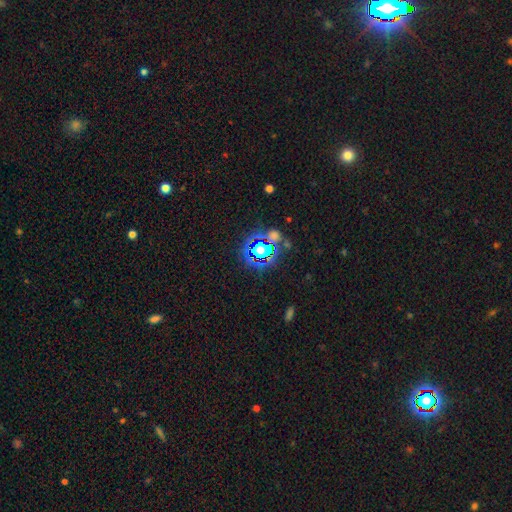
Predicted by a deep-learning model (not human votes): A star or artifact, not a galaxy (77%).